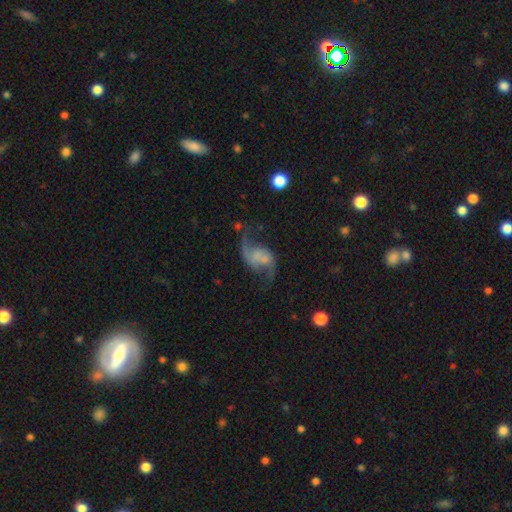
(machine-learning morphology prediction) This is clearly a featured or disk galaxy (85%). It is clearly not viewed edge-on (98%). Bar: possibly no (56%). Spiral arm pattern: clearly yes (96%). Spiral arm count: clearly 2 (93%). Spiral winding: clearly loose (81%). Central bulge: marginally none (44%). Merging: likely none (64%).